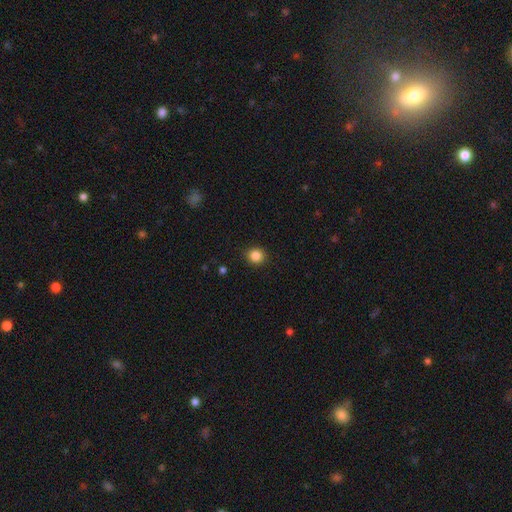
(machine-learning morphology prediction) The model was most divided on "smooth or featured": smooth: 86%, star or artifact: 11%, featured or disk: 4%. More confident: merging — none (90%); how rounded — round (89%).